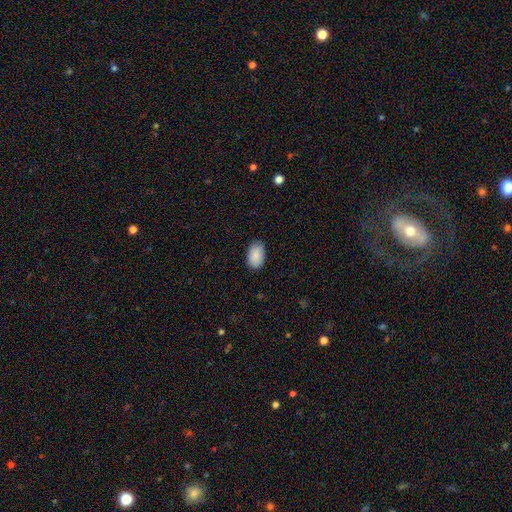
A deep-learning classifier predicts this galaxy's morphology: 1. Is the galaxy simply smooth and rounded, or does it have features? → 89% smooth, 6% star or artifact, 4% featured or disk.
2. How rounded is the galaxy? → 91% in between, 7% round, 1% cigar-shaped.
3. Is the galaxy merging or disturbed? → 84% none, 13% minor disturbance, 2% major disturbance, 1% merger.